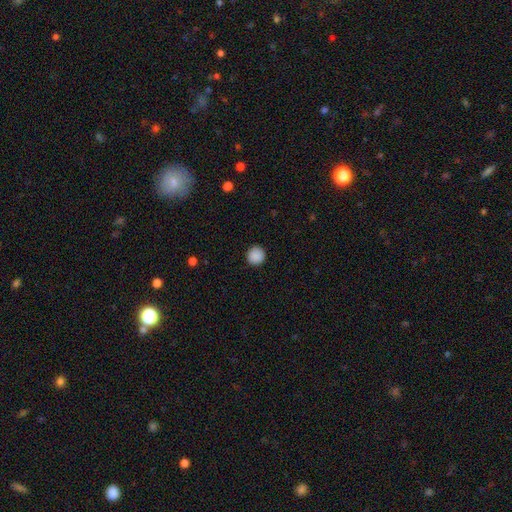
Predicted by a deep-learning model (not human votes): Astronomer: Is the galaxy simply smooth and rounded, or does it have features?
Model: smooth — 89%.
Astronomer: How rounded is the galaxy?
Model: round — 94%.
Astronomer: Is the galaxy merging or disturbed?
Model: none — 92%.